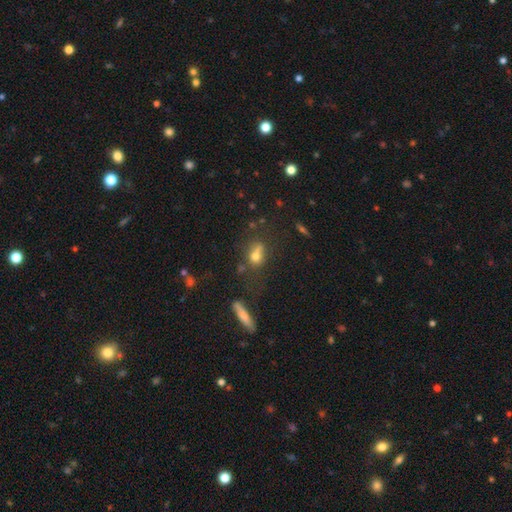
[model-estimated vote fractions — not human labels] This is likely a smooth galaxy (64%). How rounded: possibly in between (55%). Merging: possibly none (49%).